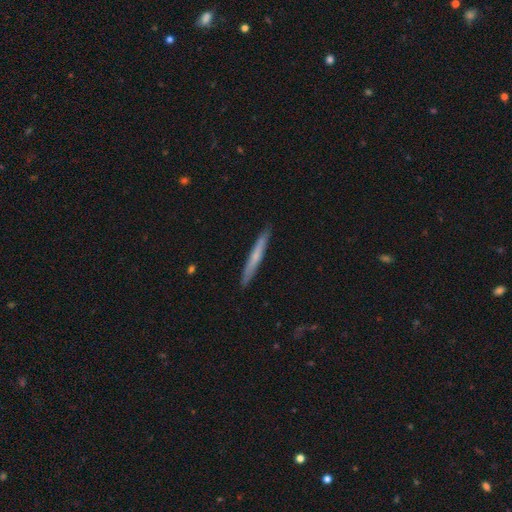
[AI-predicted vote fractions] smooth_or_featured: smooth (p=0.56) [alt: featured or disk p=0.39]
how_rounded: cigar-shaped (p=0.96) [alt: in between p=0.02]
merging: none (p=0.91) [alt: minor disturbance p=0.07]